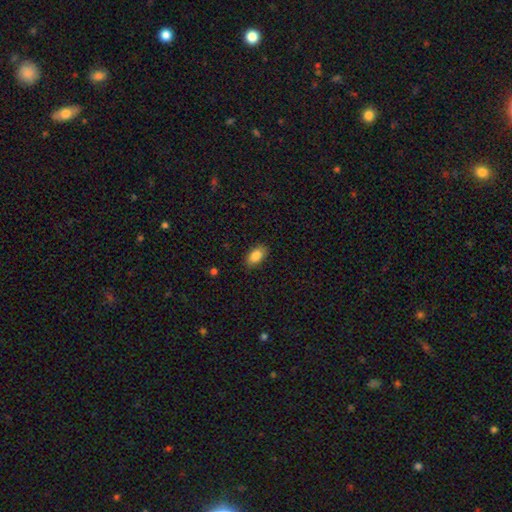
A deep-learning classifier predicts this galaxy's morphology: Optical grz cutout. It shows a smooth galaxy with no disk features (86%) that is in between round and cigar-shaped (92%). Merging: none (86%).